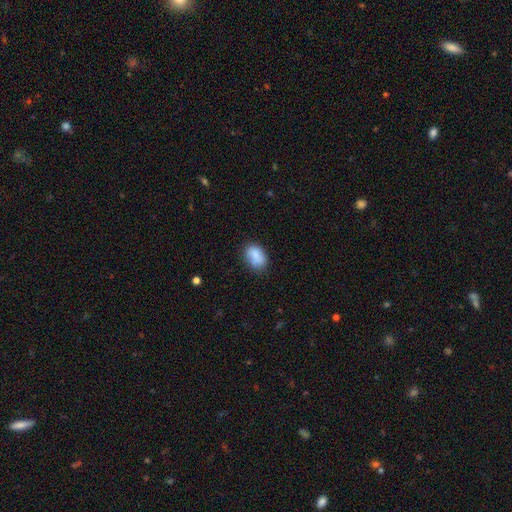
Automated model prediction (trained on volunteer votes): Smooth or featured? Predicted: smooth (p=0.81). How rounded? Predicted: in between (p=0.75). Merging? Predicted: none (p=0.65).